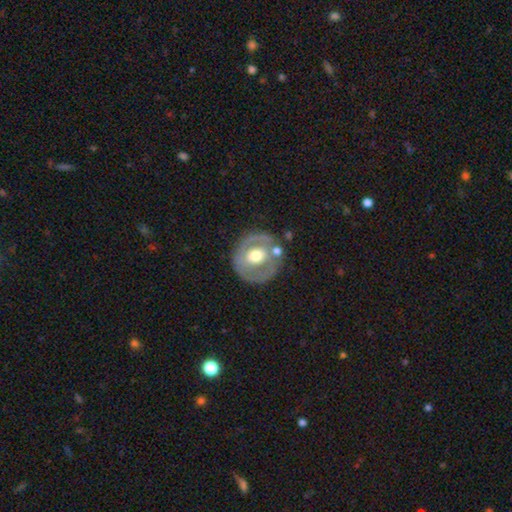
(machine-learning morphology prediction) type=featured or disk (57%); edge-on=no (95%); bar=no (73%); spiral arms=no (73%); bulge=moderate (66%); merging=none (66%).